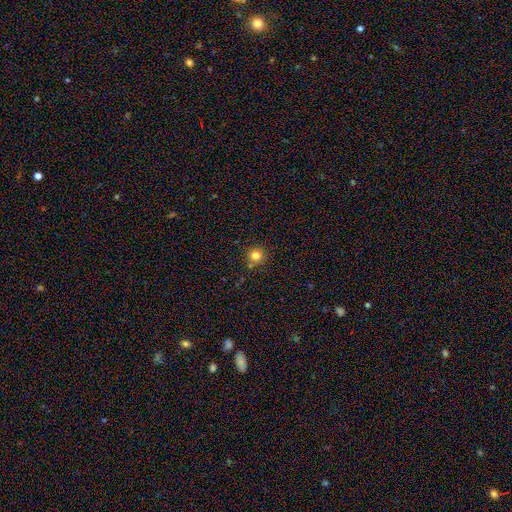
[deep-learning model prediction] Q: Smooth or featured?
A: smooth (80%); runner-up: star or artifact (14%)
Q: How rounded?
A: round (94%); runner-up: in between (5%)
Q: Merging?
A: none (83%); runner-up: minor disturbance (8%)